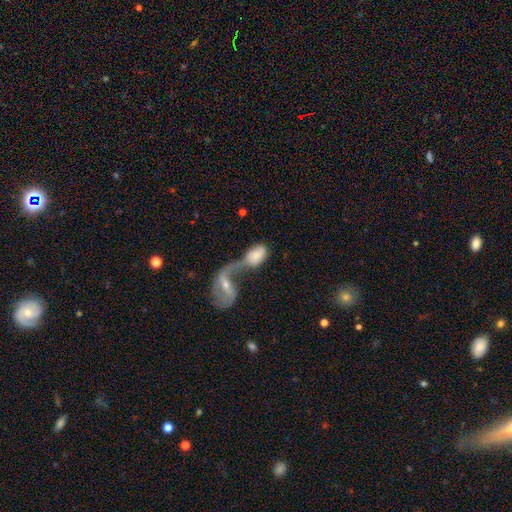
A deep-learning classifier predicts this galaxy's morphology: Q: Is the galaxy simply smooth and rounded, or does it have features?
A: smooth — 61%.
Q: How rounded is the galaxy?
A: in between — 90%.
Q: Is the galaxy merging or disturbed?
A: merger — 76%.